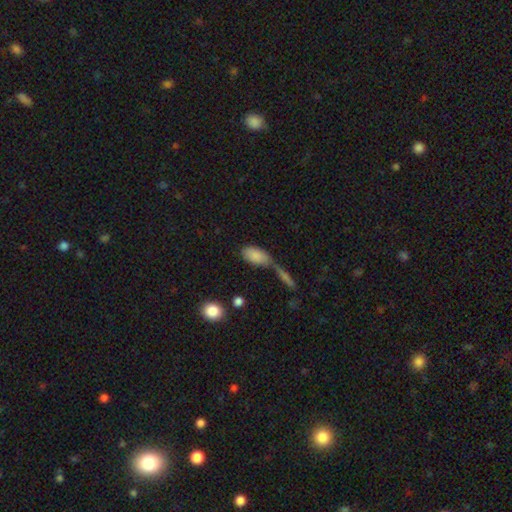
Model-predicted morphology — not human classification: This appears to be a smooth galaxy with no disk features (83%) that is in between round and cigar-shaped (90%). Merging: none (38%).